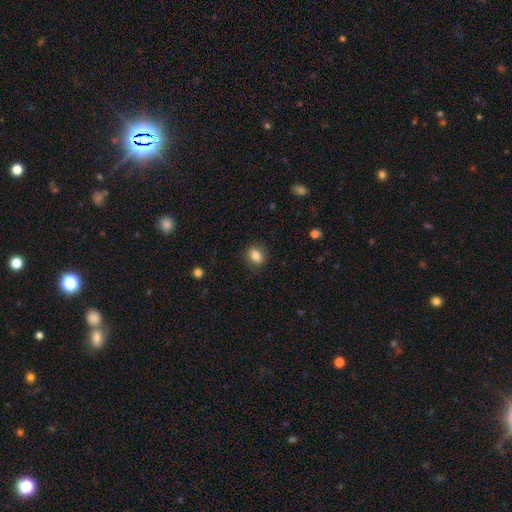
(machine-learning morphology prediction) The model was most divided on "how rounded": in between: 53%, round: 46%, cigar-shaped: 1%. More confident: merging — none (87%); smooth or featured — smooth (84%).